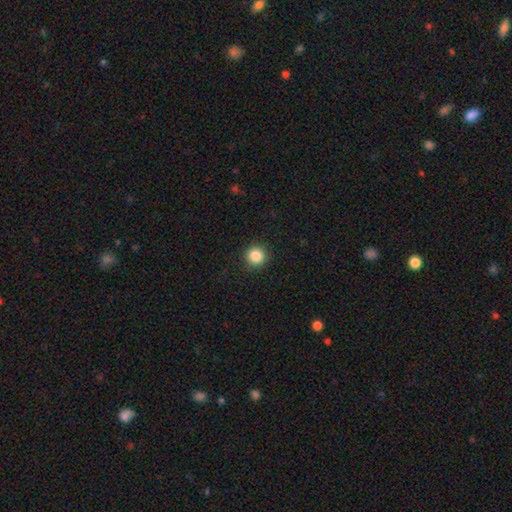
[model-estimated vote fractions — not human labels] smooth-or-featured: smooth: 86% | star or artifact: 10% | featured or disk: 3%
  how-rounded: round: 94% | in between: 5% | cigar-shaped: 1%
  merging: none: 91% | minor disturbance: 6% | major disturbance: 2% | merger: 1%